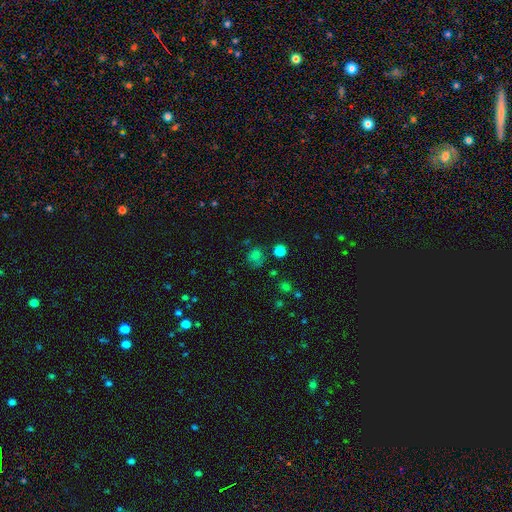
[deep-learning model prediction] Smooth or featured?
  - smooth: 66% *
  - star or artifact: 23%
  - featured or disk: 11%
How rounded?
  - round: 71% *
  - in between: 27%
  - cigar-shaped: 1%
Merging?
  - none: 58% *
  - minor disturbance: 22%
  - major disturbance: 14%
  - merger: 6%